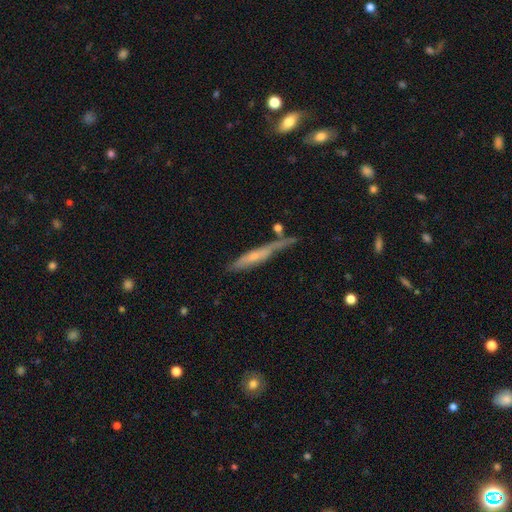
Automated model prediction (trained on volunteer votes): This is possibly a featured or disk galaxy (51%). It is clearly viewed edge-on (85%). Merging: possibly none (57%).